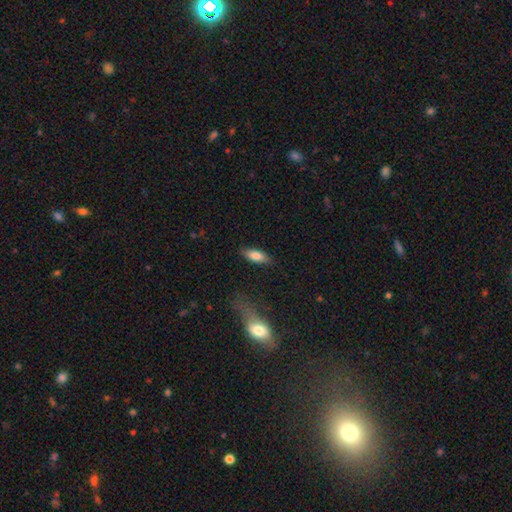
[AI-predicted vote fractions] Overall: smooth (82%). How rounded: in between (76%). Merging: none (82%).